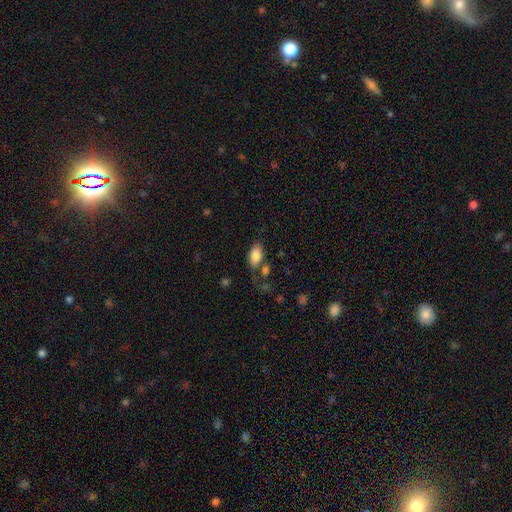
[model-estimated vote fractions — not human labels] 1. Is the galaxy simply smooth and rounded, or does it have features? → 85% smooth, 8% star or artifact, 8% featured or disk.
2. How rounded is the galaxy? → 92% in between, 5% round, 3% cigar-shaped.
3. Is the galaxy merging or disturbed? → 65% none, 18% minor disturbance, 11% merger, 7% major disturbance.